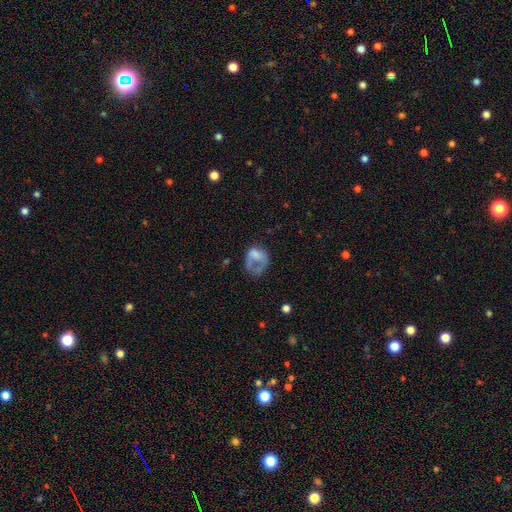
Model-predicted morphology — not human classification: This appears to be a smooth galaxy with no disk features (53%) that is in between round and cigar-shaped (53%). Merging: major disturbance (46%).